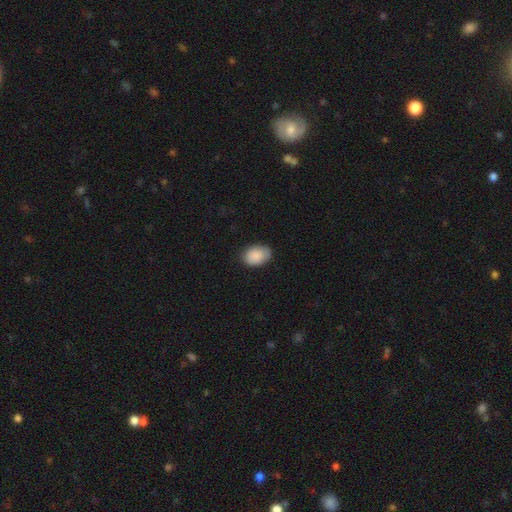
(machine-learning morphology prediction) Smooth or featured? smooth (89%)
How rounded? in between (80%)
Merging? none (79%)